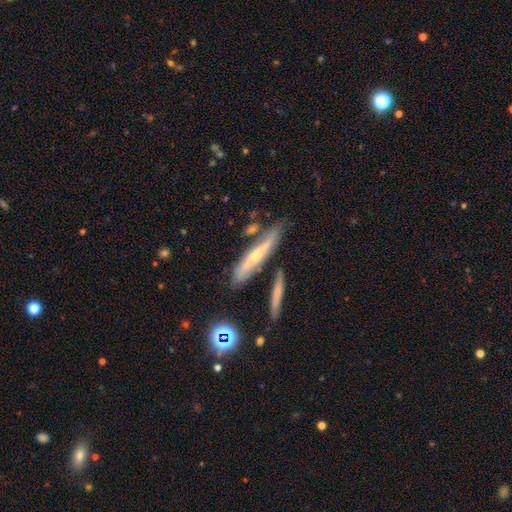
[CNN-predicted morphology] smooth-or-featured: featured or disk: 64% | smooth: 27% | star or artifact: 9%
  disk-edge-on: yes: 67% | no: 33%
  merging: none: 67% | minor disturbance: 17% | merger: 10% | major disturbance: 6%